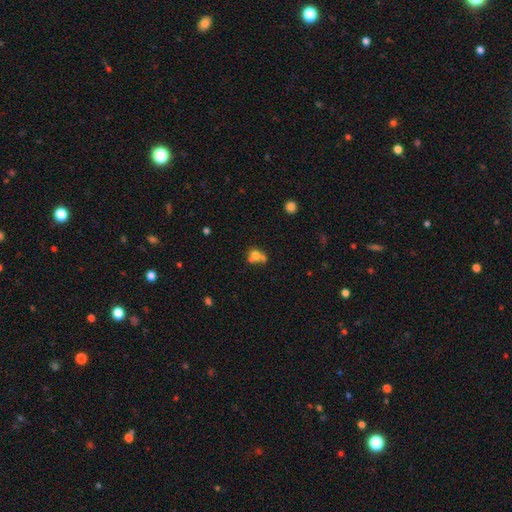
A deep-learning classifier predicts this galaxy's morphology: A smooth galaxy with no disk features (69%) that is round (74%). Merging: merger (53%).